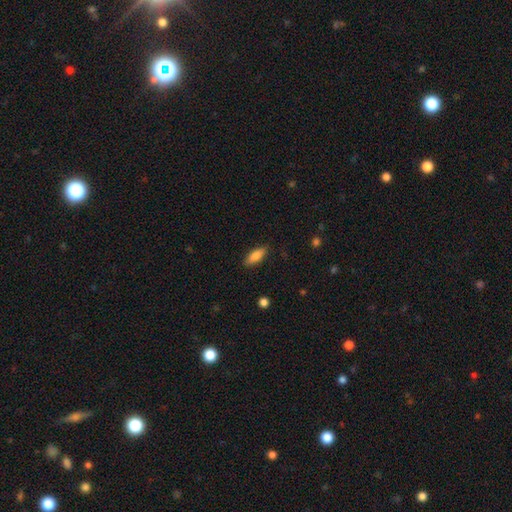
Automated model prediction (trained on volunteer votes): Morphology: type=smooth (85%); roundness=in between (77%); merging=none (86%).